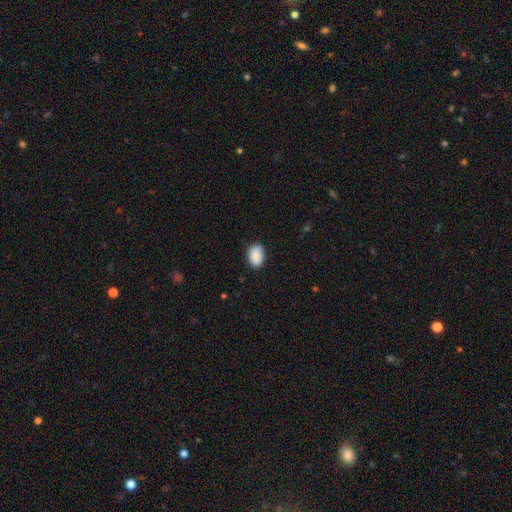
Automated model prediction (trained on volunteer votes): A smooth galaxy with no disk features (89%) that is in between round and cigar-shaped (85%).

Vote fractions:
- Smooth or featured? smooth: 89% / star or artifact: 7% / featured or disk: 4%
- How rounded? in between: 85% / round: 14% / cigar-shaped: 1%
- Merging? none: 84% / minor disturbance: 13% / major disturbance: 2% / merger: 1%